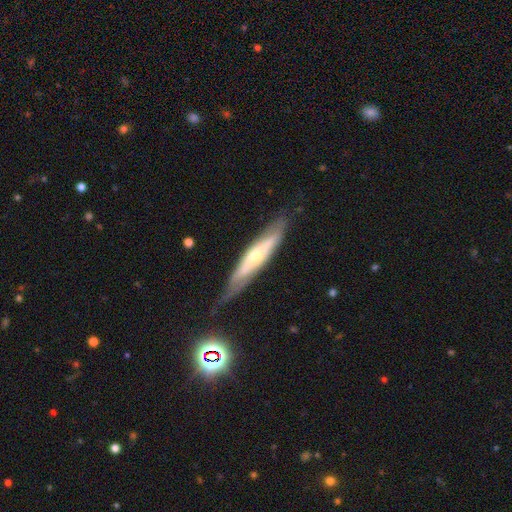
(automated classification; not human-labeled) Smooth or featured?
  - featured or disk: 63% *
  - smooth: 31%
  - star or artifact: 6%
Edge-on disk?
  - yes: 58% *
  - no: 42%
Merging?
  - none: 66% *
  - minor disturbance: 23%
  - major disturbance: 8%
  - merger: 3%